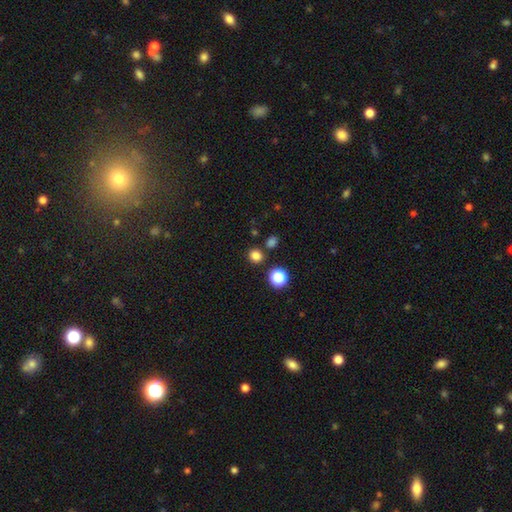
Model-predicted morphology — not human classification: type=smooth (79%); roundness=round (82%); merging=none (83%).